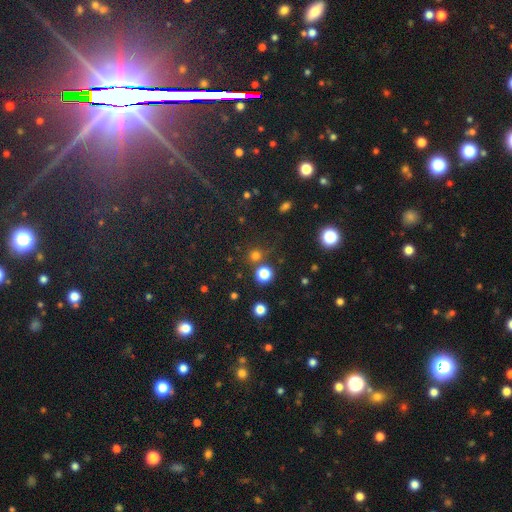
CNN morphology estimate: type=smooth (71%); roundness=round (91%); merging=none (73%).